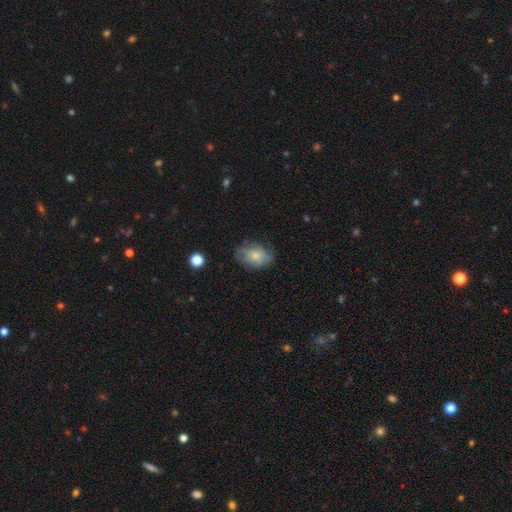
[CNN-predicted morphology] Smooth or featured? smooth (63%)
How rounded? in between (79%)
Merging? none (62%)